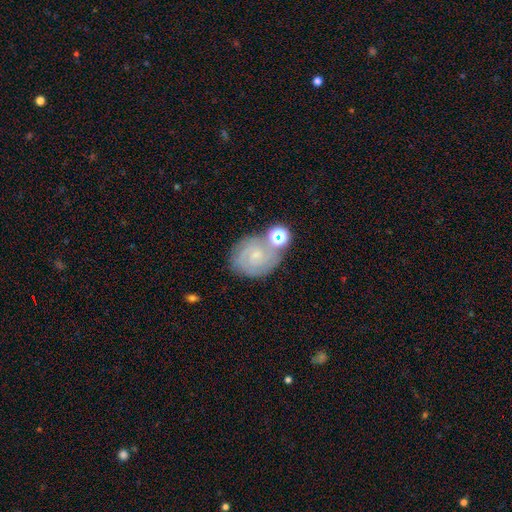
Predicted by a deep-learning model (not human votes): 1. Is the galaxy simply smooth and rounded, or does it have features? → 63% featured or disk, 25% smooth, 12% star or artifact.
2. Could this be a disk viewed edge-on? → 97% no, 3% yes.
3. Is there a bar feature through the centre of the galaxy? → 70% no, 25% weak, 5% strong.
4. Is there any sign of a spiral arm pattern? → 88% yes, 12% no.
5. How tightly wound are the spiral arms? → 67% tight, 26% medium, 7% loose.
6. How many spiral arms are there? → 35% can't tell, 34% 2, 17% 3, 5% 4, 5% 1, 4% more than 4.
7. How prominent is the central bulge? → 68% small, 18% moderate, 11% none, 2% large, 1% dominant.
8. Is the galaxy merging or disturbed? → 65% none, 16% minor disturbance, 12% merger, 7% major disturbance.